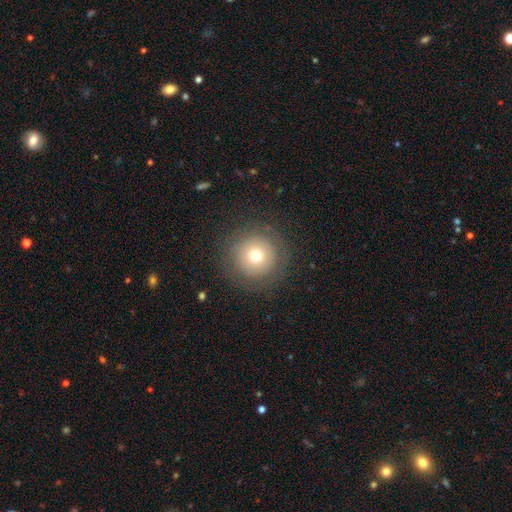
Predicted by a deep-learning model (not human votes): This appears to be a smooth galaxy with no disk features (69%) that is round (96%). Merging: none (85%).